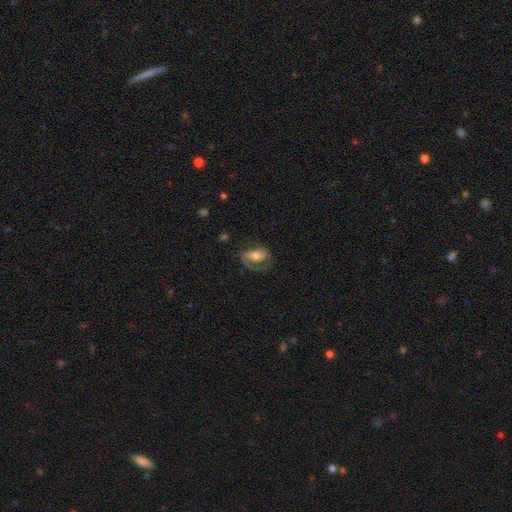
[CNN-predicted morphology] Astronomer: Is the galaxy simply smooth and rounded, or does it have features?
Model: featured or disk — 67%.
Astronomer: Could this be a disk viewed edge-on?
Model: no — 95%.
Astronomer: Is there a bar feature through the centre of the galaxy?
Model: no — 37% (runner-up: weak, 34%).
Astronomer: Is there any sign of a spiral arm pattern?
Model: yes — 81%.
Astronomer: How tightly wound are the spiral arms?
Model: medium — 45% (runner-up: tight, 31%).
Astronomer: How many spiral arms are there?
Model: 2 — 54% (runner-up: 1, 35%).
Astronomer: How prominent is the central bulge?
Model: moderate — 62%.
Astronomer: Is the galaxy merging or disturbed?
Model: none — 50% (runner-up: major disturbance, 27%).